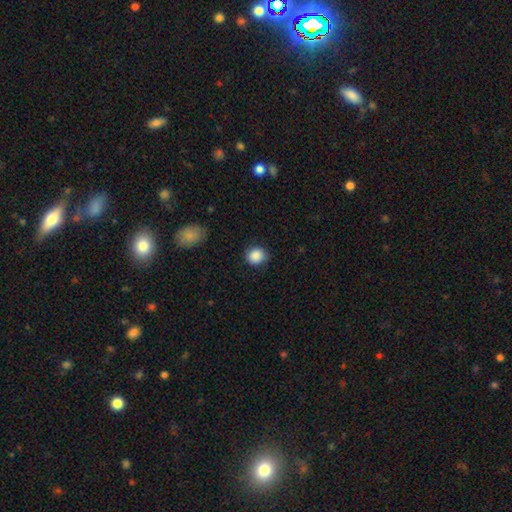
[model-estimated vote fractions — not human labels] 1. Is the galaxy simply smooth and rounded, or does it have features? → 88% smooth, 9% star or artifact, 4% featured or disk.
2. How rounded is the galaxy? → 82% round, 17% in between, 1% cigar-shaped.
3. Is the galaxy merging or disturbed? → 84% none, 12% minor disturbance, 3% major disturbance, 1% merger.